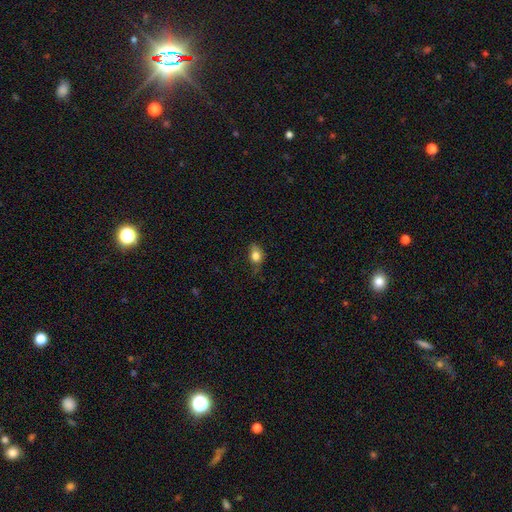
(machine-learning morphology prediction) Q: Smooth or featured?
A: smooth (79%); runner-up: featured or disk (11%)
Q: How rounded?
A: in between (62%); runner-up: round (35%)
Q: Merging?
A: none (54%); runner-up: minor disturbance (34%)